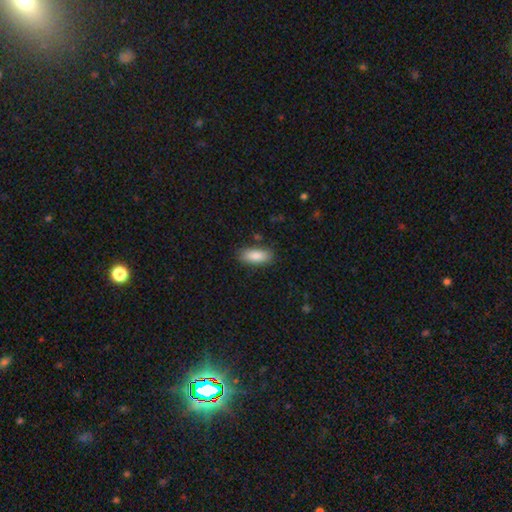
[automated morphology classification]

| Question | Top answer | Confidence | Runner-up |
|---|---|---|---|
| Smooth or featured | smooth | 86% | featured or disk (7%) |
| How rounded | in between | 81% | cigar-shaped (17%) |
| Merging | none | 85% | minor disturbance (11%) |